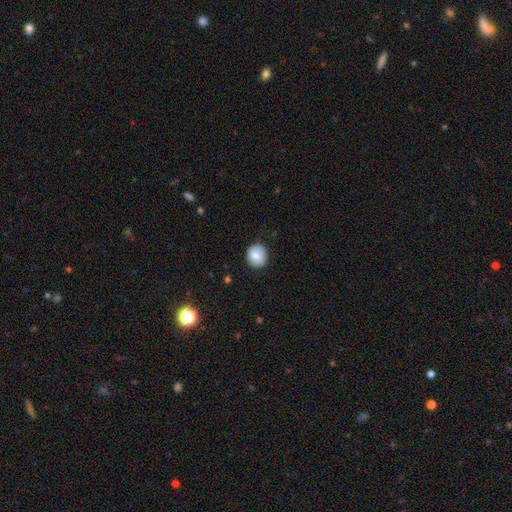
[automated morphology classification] Smooth or featured? smooth (77%)
How rounded? round (81%)
Merging? none (88%)